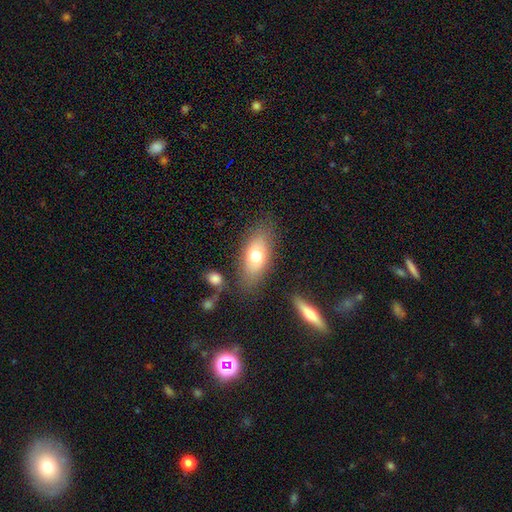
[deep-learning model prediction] This appears to be a smooth galaxy with no disk features (70%) that is in between round and cigar-shaped (83%). Merging: none (78%).